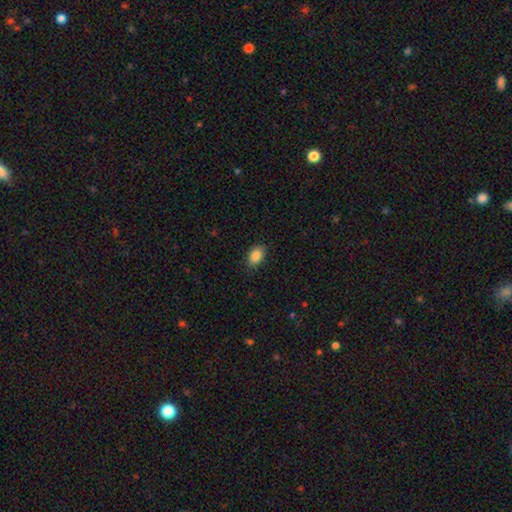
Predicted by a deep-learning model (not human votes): Smooth or featured: smooth — 87% (star or artifact — 8%)
How rounded: in between — 86% (round — 13%)
Merging: none — 87% (minor disturbance — 10%)